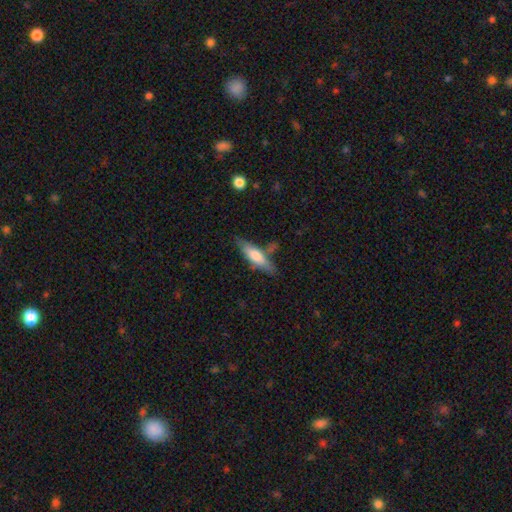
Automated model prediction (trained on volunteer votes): Smooth or featured: smooth — 63% (featured or disk — 31%)
How rounded: cigar-shaped — 64% (in between — 34%)
Merging: none — 70% (minor disturbance — 18%)